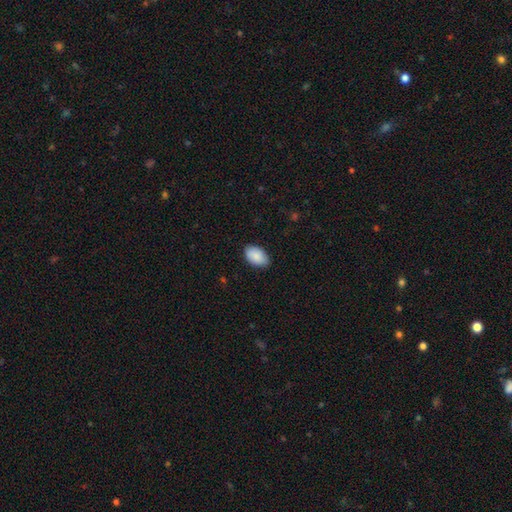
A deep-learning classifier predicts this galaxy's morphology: Smooth or featured? smooth (89%)
How rounded? in between (92%)
Merging? none (83%)